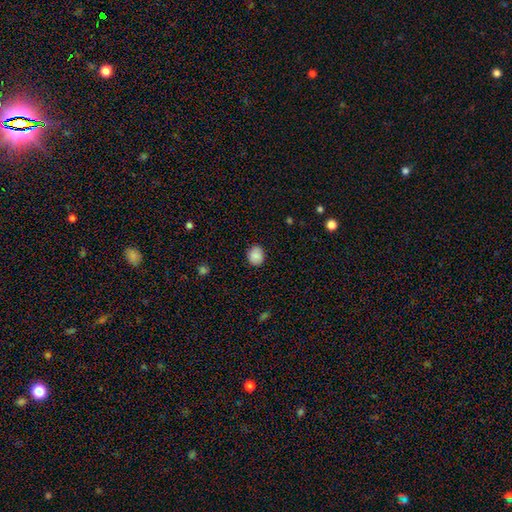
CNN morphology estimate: smooth 87%, star or artifact 8%, featured or disk 5%. Down the decision tree: how rounded — round (63%); merging — none (86%).